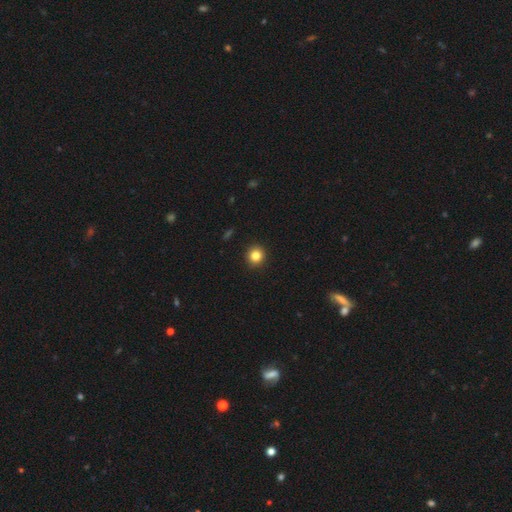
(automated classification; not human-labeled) The model was most divided on "smooth or featured": smooth: 83%, star or artifact: 11%, featured or disk: 6%. More confident: merging — none (93%); how rounded — round (90%).